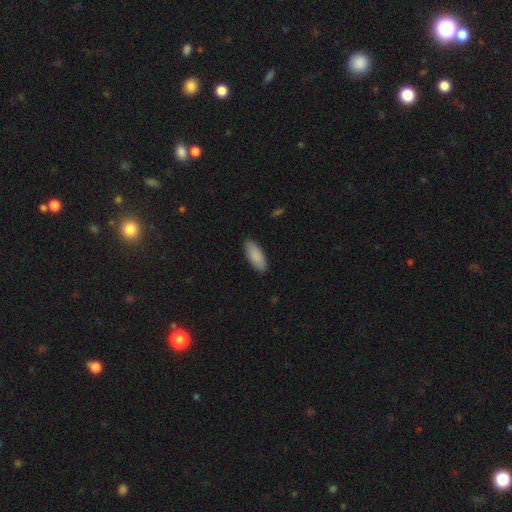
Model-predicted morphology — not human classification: This is clearly a smooth galaxy (88%). How rounded: likely in between (79%). Merging: clearly none (88%).